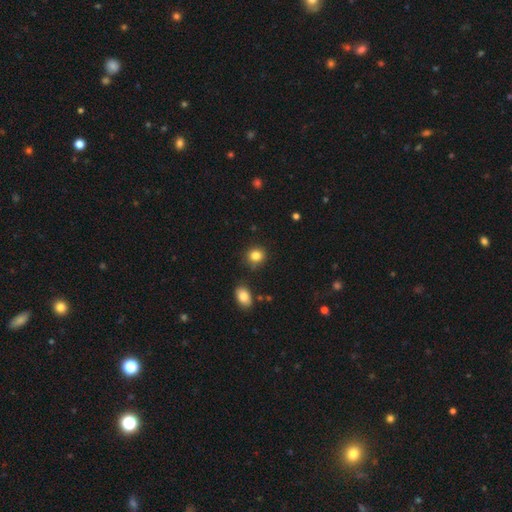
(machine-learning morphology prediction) smooth_or_featured: smooth (p=0.85) [alt: star or artifact p=0.10]
how_rounded: round (p=0.80) [alt: in between p=0.19]
merging: none (p=0.83) [alt: minor disturbance p=0.11]